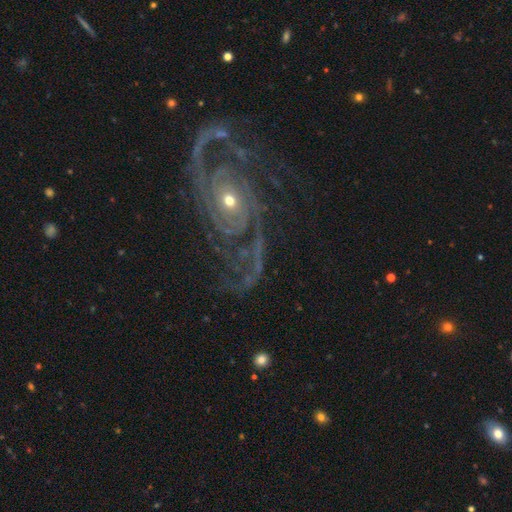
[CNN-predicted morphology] This appears to be a featured or disk galaxy (91%) with no bar (68%), 2 (62%) medium (48%) spiral arms (98%) and a small central bulge (64%). Merging: none (67%).